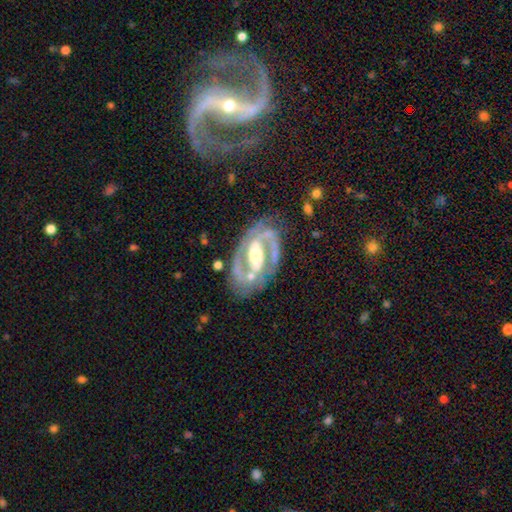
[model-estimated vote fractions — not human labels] The model was most divided on "spiral winding": medium: 47%, tight: 41%, loose: 12%. More confident: edge-on disk — no (96%); spiral arms — yes (89%); smooth or featured — featured or disk (88%); spiral arm count — 2 (87%); merging — none (73%); bar — strong (55%); bulge size — moderate (51%).